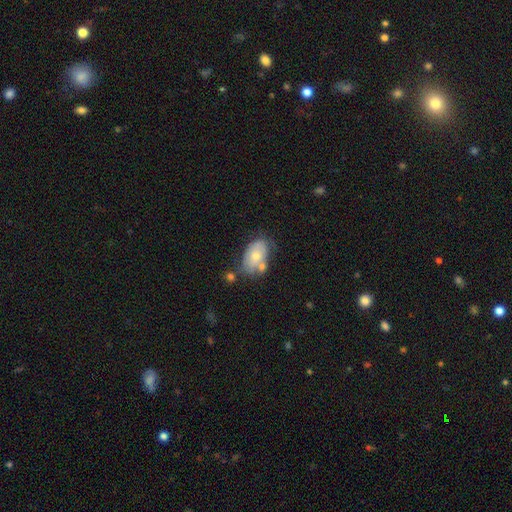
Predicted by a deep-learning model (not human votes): Smooth or featured: smooth — 59% (featured or disk — 34%)
How rounded: in between — 89% (round — 10%)
Merging: none — 44% (minor disturbance — 26%)